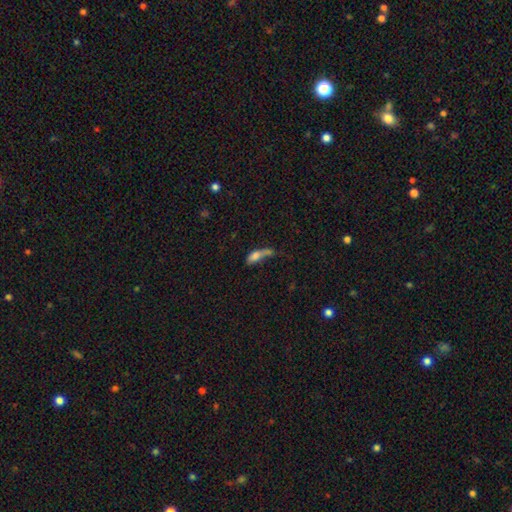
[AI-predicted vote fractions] A smooth galaxy with no disk features (72%) that is in between round and cigar-shaped (68%).

Vote fractions:
- Smooth or featured? smooth: 72% / featured or disk: 18% / star or artifact: 11%
- How rounded? in between: 68% / cigar-shaped: 26% / round: 5%
- Merging? merger: 32% / major disturbance: 26% / none: 22% / minor disturbance: 20%